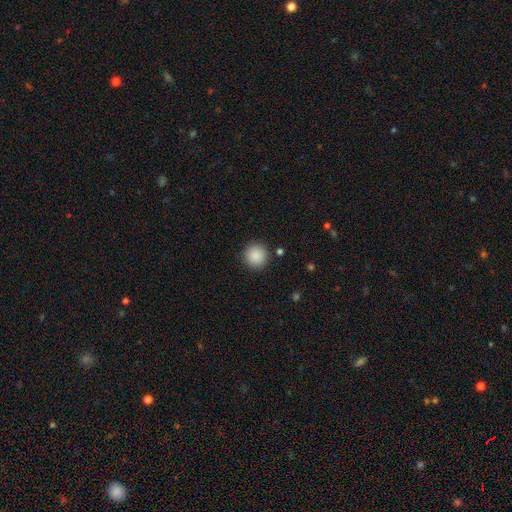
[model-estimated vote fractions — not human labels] This appears to be a smooth galaxy with no disk features (88%) that is round (95%). Merging: none (91%).